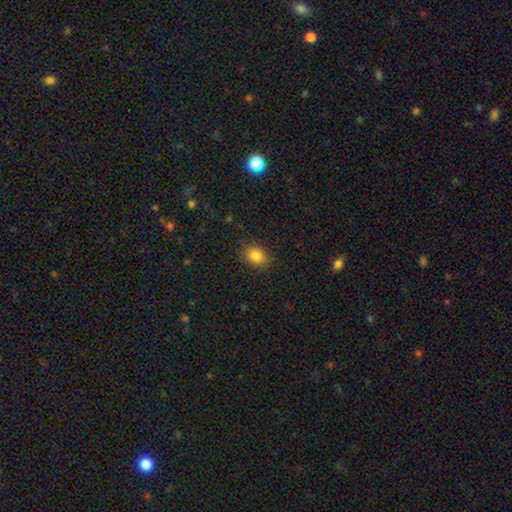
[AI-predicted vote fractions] smooth_or_featured: smooth (p=0.85) [alt: star or artifact p=0.10]
how_rounded: in between (p=0.61) [alt: round p=0.38]
merging: none (p=0.87) [alt: minor disturbance p=0.09]